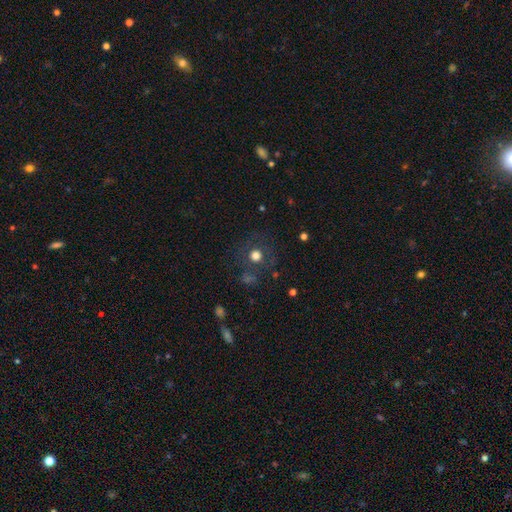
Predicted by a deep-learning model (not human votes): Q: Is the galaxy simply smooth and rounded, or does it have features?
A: smooth — 64%.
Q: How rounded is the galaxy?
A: round — 92%.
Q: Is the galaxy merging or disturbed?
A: none — 78%.